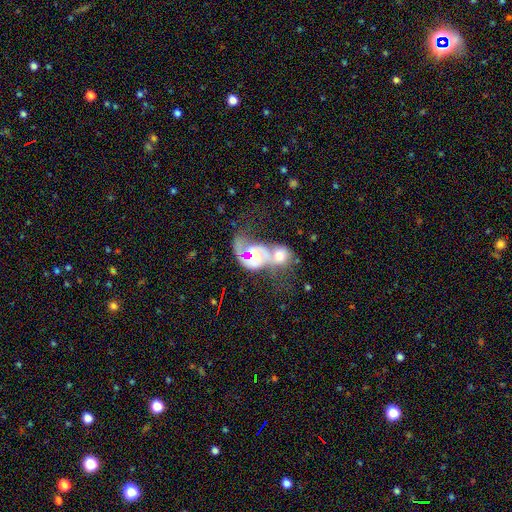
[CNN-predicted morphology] Smooth or featured? featured or disk (70%)
Edge-on disk? no (97%)
Bar? no (58%)
Spiral arms? yes (80%)
Spiral winding? medium (39%, tied with loose)
Spiral arm count? 2 (62%)
Bulge size? moderate (53%)
Merging? merger (75%)